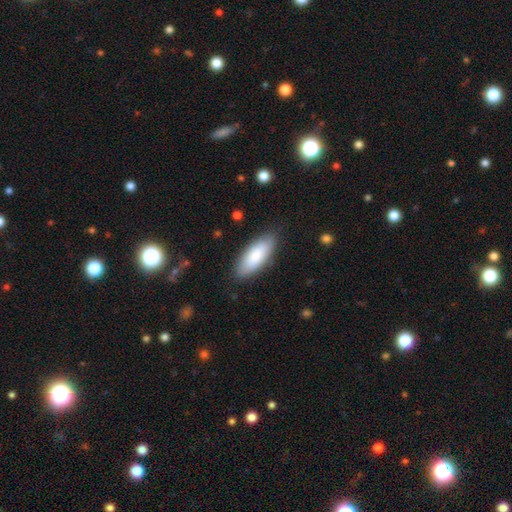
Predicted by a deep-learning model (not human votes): smooth-or-featured: smooth: 81% | featured or disk: 14% | star or artifact: 5%
  how-rounded: in between: 78% | cigar-shaped: 20% | round: 2%
  merging: none: 84% | minor disturbance: 12% | major disturbance: 3% | merger: 1%